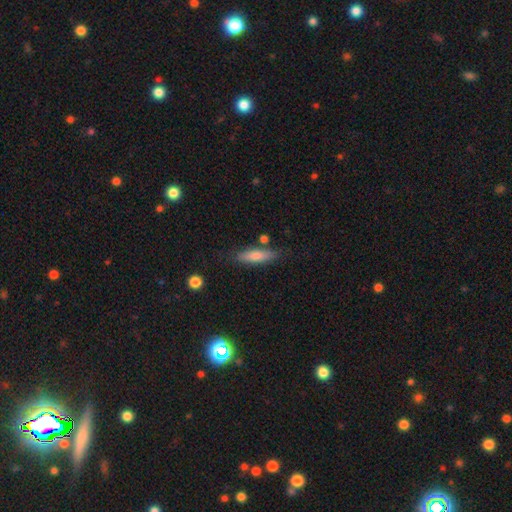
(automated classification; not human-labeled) A smooth galaxy with no disk features (70%) that is cigar-shaped (65%).

Vote fractions:
- Smooth or featured? smooth: 70% / featured or disk: 23% / star or artifact: 7%
- How rounded? cigar-shaped: 65% / in between: 33% / round: 2%
- Merging? none: 78% / minor disturbance: 14% / merger: 5% / major disturbance: 3%